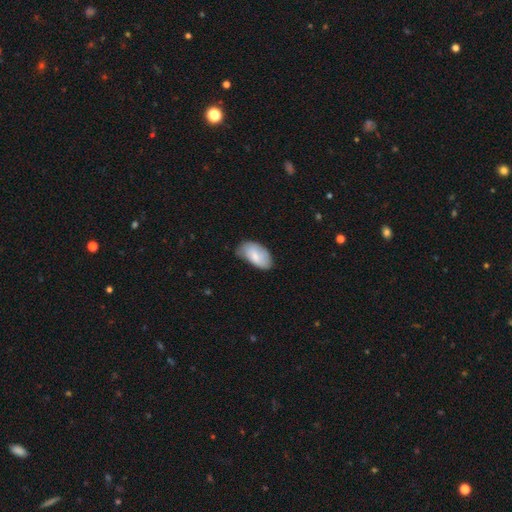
This appears to be a smooth galaxy with no disk features (87%) that is in between round and cigar-shaped (100%). Merging: minor disturbance (45%).